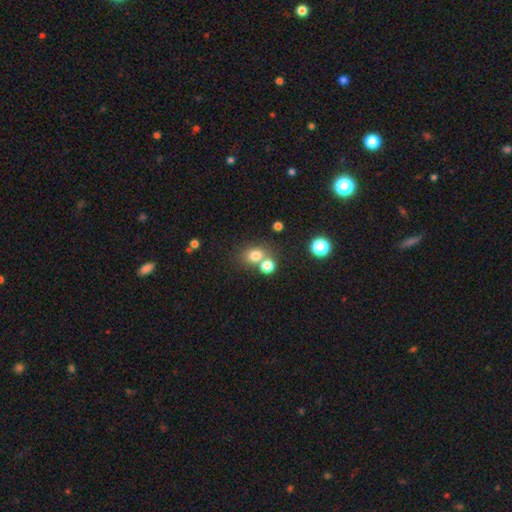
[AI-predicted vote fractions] Smooth or featured?
  - smooth: 77% *
  - star or artifact: 15%
  - featured or disk: 8%
How rounded?
  - round: 61% *
  - in between: 38%
  - cigar-shaped: 1%
Merging?
  - none: 56% *
  - merger: 30%
  - minor disturbance: 10%
  - major disturbance: 4%